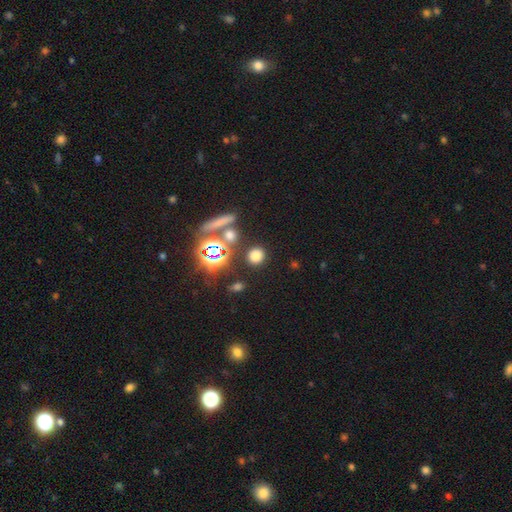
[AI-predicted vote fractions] This appears to be a smooth galaxy with no disk features (72%) that is round (83%). Merging: none (84%).